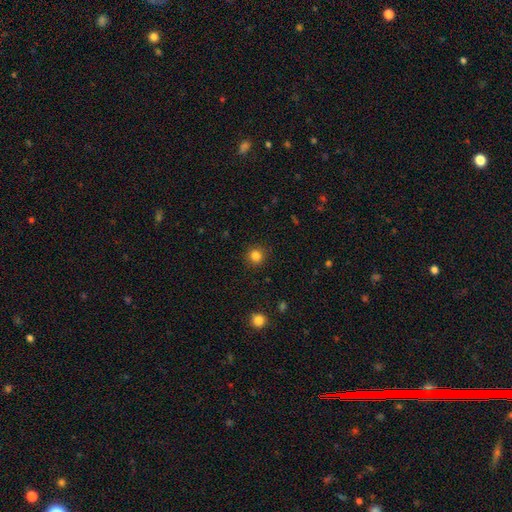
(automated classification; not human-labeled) This is clearly a smooth galaxy (83%). How rounded: clearly round (92%). Merging: clearly none (90%).